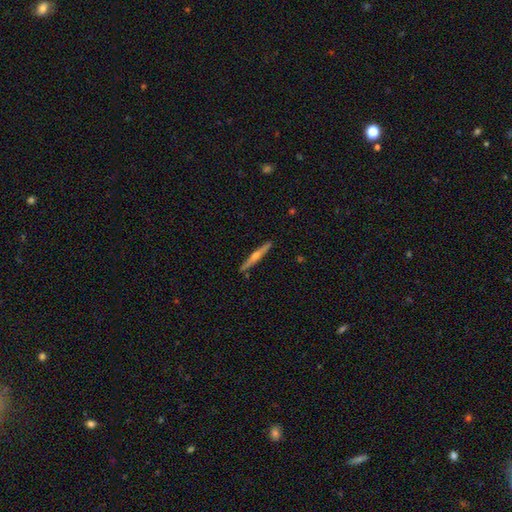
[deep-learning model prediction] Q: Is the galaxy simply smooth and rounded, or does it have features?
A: featured or disk — 71%.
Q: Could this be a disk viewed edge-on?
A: yes — 98%.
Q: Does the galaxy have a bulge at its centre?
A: rounded — 86%.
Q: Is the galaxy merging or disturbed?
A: none — 91%.